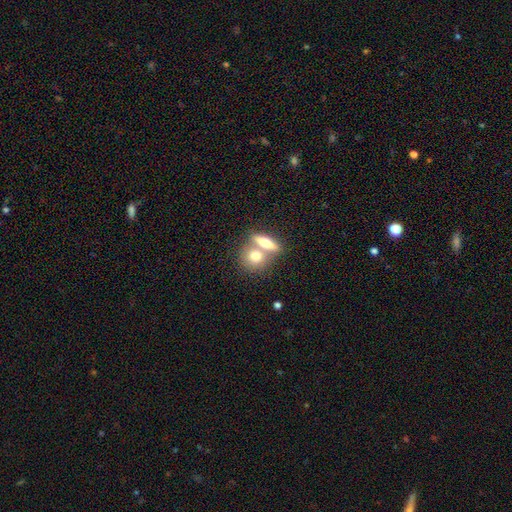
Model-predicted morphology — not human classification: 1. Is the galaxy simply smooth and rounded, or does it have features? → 70% smooth, 24% featured or disk, 6% star or artifact.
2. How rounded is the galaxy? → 50% round, 39% in between, 11% cigar-shaped.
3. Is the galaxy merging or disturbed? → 52% merger, 38% none, 7% minor disturbance, 3% major disturbance.